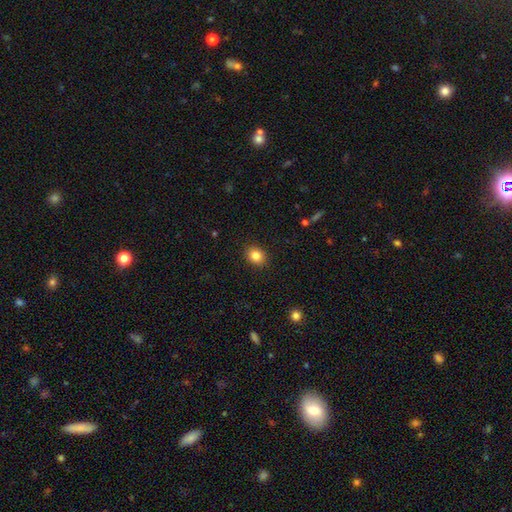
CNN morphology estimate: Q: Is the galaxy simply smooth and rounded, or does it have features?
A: smooth — 84%.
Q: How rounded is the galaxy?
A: round — 60%.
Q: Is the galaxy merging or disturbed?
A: none — 90%.